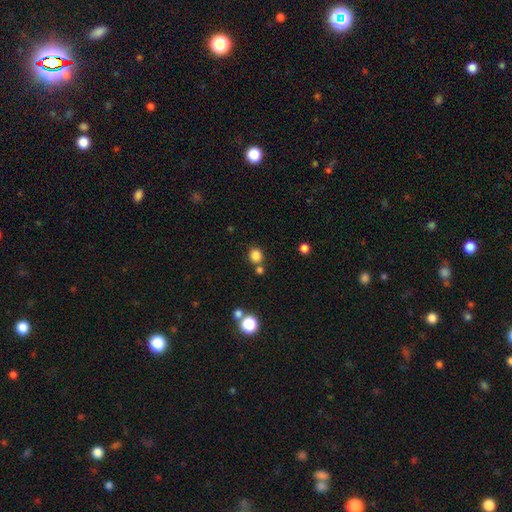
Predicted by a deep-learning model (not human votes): A smooth galaxy with no disk features (83%) that is round (87%).

Vote fractions:
- Smooth or featured? smooth: 83% / star or artifact: 13% / featured or disk: 4%
- How rounded? round: 87% / in between: 12% / cigar-shaped: 1%
- Merging? none: 74% / merger: 14% / minor disturbance: 9% / major disturbance: 3%